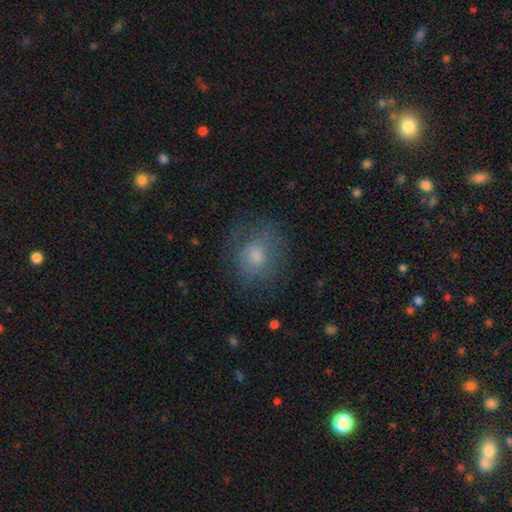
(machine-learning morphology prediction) smooth 68%, featured or disk 21%, star or artifact 11%. Down the decision tree: how rounded — round (63%); merging — none (62%).